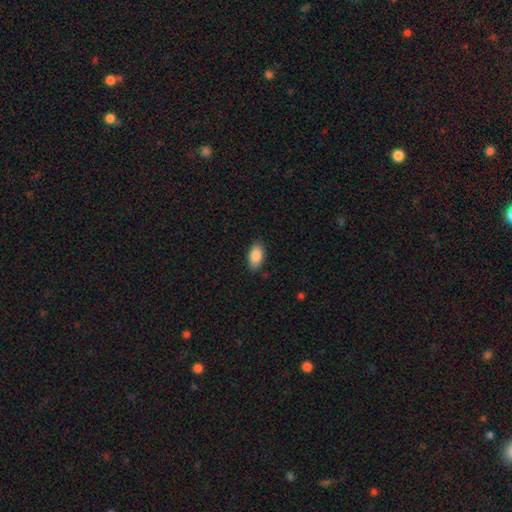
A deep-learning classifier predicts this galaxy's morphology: A smooth galaxy with no disk features (88%) that is in between round and cigar-shaped (93%).

Vote fractions:
- Smooth or featured? smooth: 88% / star or artifact: 7% / featured or disk: 6%
- How rounded? in between: 93% / round: 4% / cigar-shaped: 4%
- Merging? none: 86% / minor disturbance: 11% / major disturbance: 2% / merger: 1%